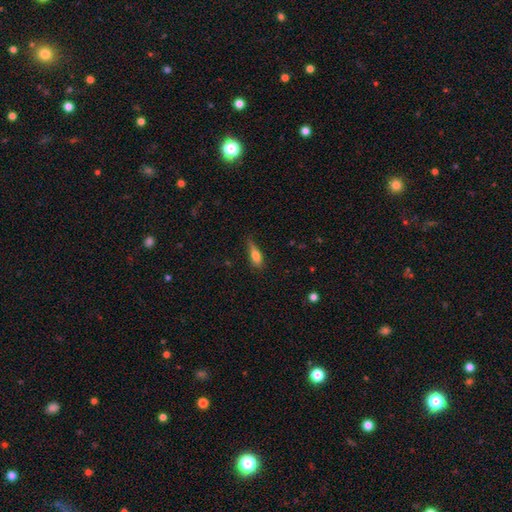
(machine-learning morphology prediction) Smooth or featured? smooth (71%)
How rounded? in between (54%)
Merging? none (51%)